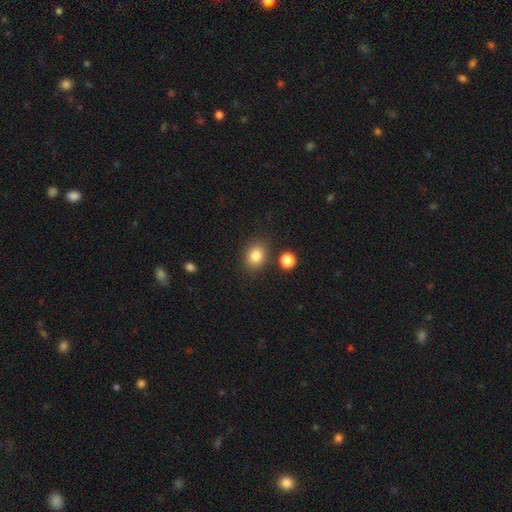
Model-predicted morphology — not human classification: This is clearly a smooth galaxy (84%). How rounded: possibly in between (50%). Merging: clearly none (81%).